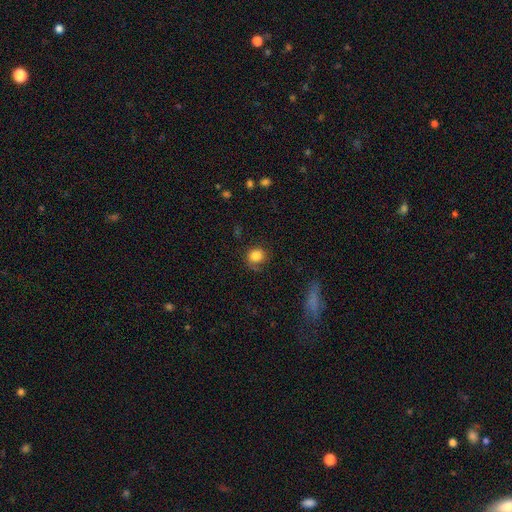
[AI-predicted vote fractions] Q: Smooth or featured?
A: smooth (83%); runner-up: star or artifact (10%)
Q: How rounded?
A: round (84%); runner-up: in between (15%)
Q: Merging?
A: none (72%); runner-up: minor disturbance (19%)